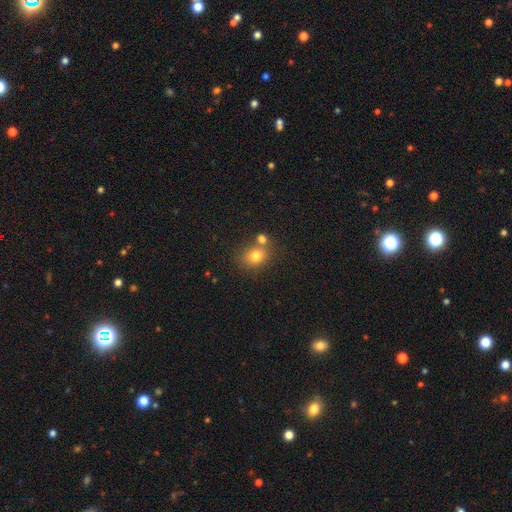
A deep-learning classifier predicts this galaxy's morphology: type=smooth (79%); roundness=round (57%); merging=none (58%).